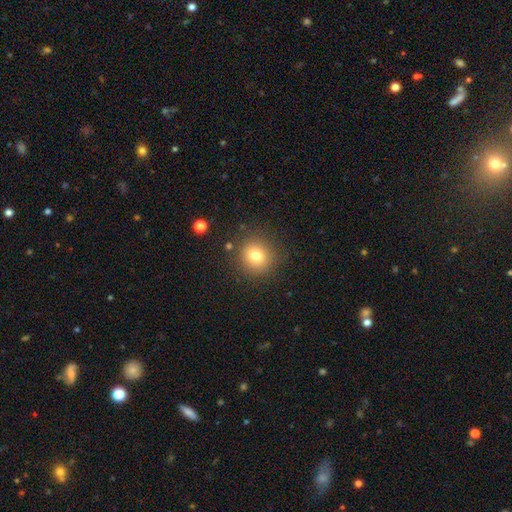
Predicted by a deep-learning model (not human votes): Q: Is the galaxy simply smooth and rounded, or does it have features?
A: smooth — 77%.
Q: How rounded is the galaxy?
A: round — 91%.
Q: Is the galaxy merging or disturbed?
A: none — 86%.